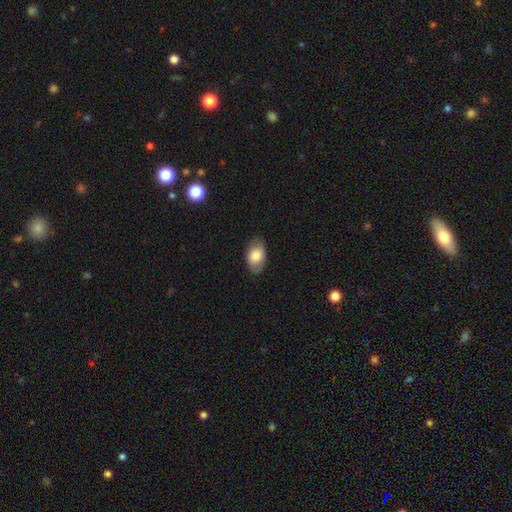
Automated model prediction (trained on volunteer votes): Smooth or featured?
  - smooth: 78% *
  - featured or disk: 16%
  - star or artifact: 7%
How rounded?
  - in between: 90% *
  - round: 9%
  - cigar-shaped: 1%
Merging?
  - none: 80% *
  - minor disturbance: 15%
  - major disturbance: 3%
  - merger: 1%